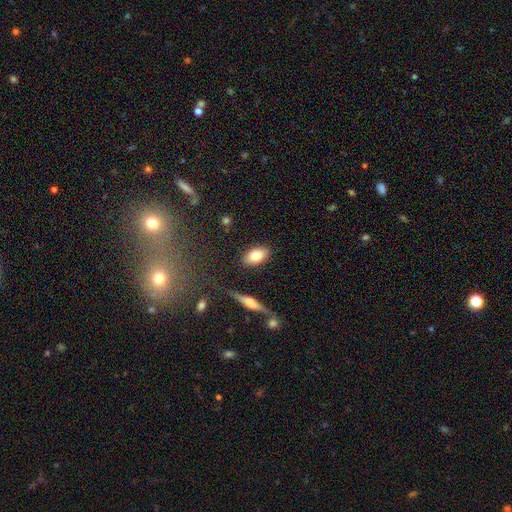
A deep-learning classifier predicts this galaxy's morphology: This appears to be a smooth galaxy with no disk features (77%) that is in between round and cigar-shaped (90%). Merging: none (87%).